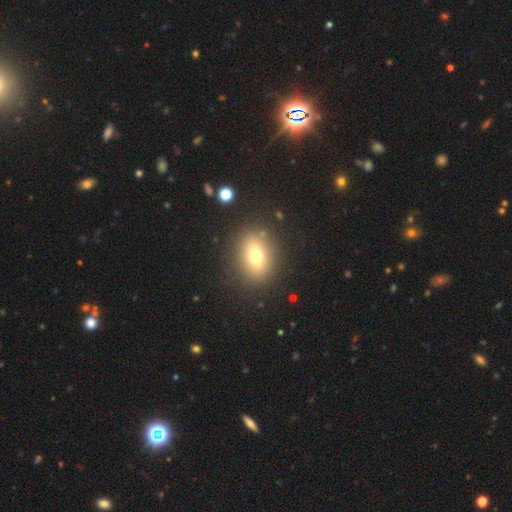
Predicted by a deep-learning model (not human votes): Smooth or featured?
  - smooth: 69% *
  - featured or disk: 17%
  - star or artifact: 13%
How rounded?
  - in between: 67% *
  - round: 30%
  - cigar-shaped: 4%
Merging?
  - none: 85% *
  - minor disturbance: 9%
  - major disturbance: 4%
  - merger: 2%